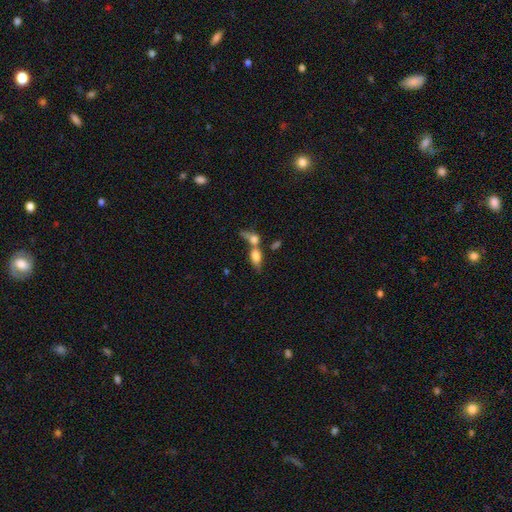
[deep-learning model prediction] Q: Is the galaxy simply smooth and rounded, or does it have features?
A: smooth — 68%.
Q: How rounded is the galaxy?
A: in between — 76%.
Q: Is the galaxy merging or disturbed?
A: merger — 65%.